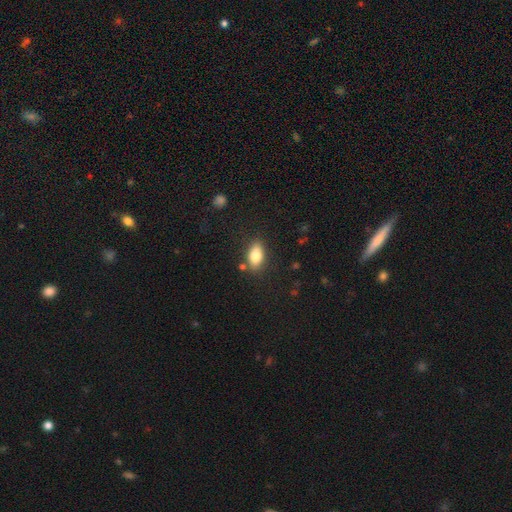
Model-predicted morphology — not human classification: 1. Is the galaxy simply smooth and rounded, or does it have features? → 80% smooth, 12% featured or disk, 8% star or artifact.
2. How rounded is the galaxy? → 88% in between, 6% round, 6% cigar-shaped.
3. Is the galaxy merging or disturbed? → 81% none, 12% minor disturbance, 4% merger, 3% major disturbance.